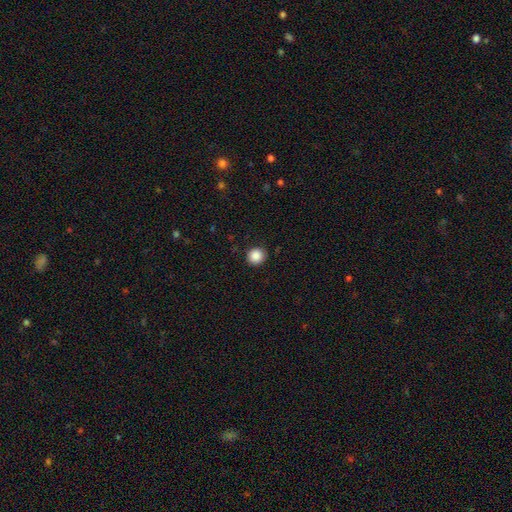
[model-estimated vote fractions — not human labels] The model was most divided on "smooth or featured": smooth: 88%, star or artifact: 9%, featured or disk: 3%. More confident: merging — none (90%); how rounded — round (90%).